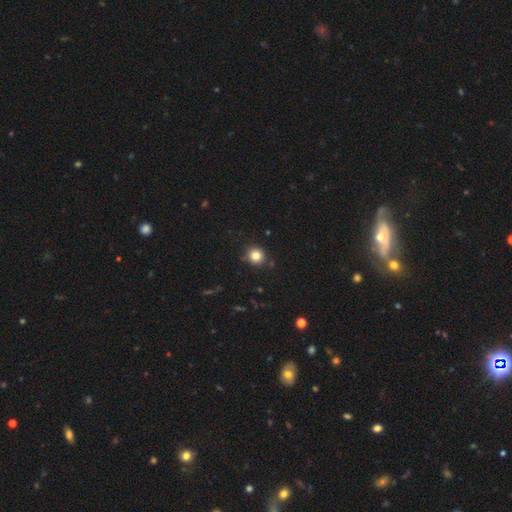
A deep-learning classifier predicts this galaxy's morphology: Overall: smooth (82%). How rounded: round (91%). Merging: none (86%).